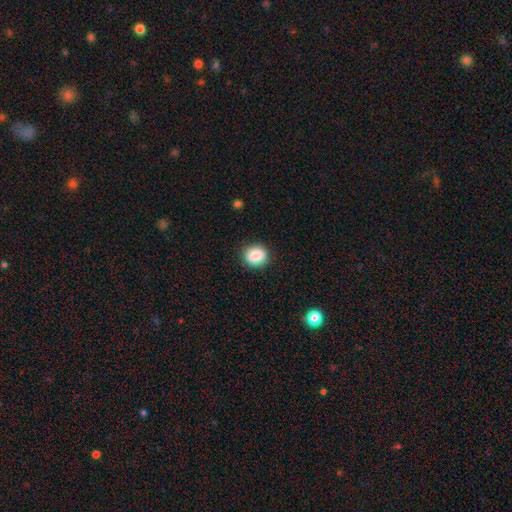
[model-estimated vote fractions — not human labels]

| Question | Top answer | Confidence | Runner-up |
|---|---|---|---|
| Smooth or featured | smooth | 87% | star or artifact (8%) |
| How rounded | round | 72% | in between (27%) |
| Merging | none | 88% | minor disturbance (9%) |